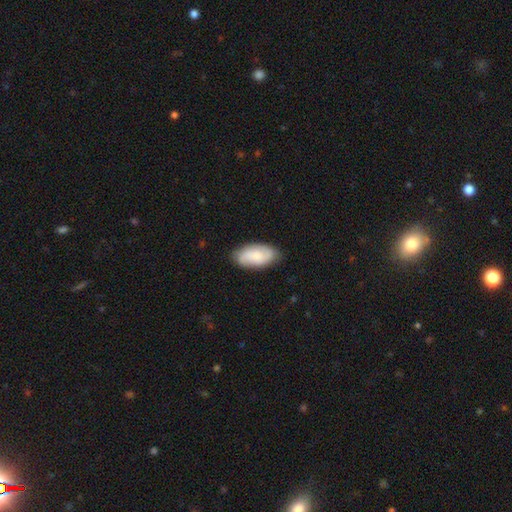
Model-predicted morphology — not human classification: Smooth or featured?
  - smooth: 61% *
  - featured or disk: 33%
  - star or artifact: 6%
How rounded?
  - in between: 93% *
  - cigar-shaped: 4%
  - round: 3%
Merging?
  - none: 82% *
  - minor disturbance: 14%
  - major disturbance: 3%
  - merger: 1%